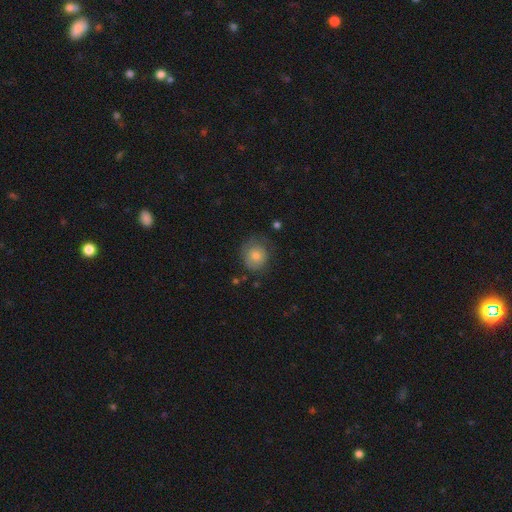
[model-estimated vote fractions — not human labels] Morphology: type=smooth (66%); roundness=round (77%); merging=none (66%).